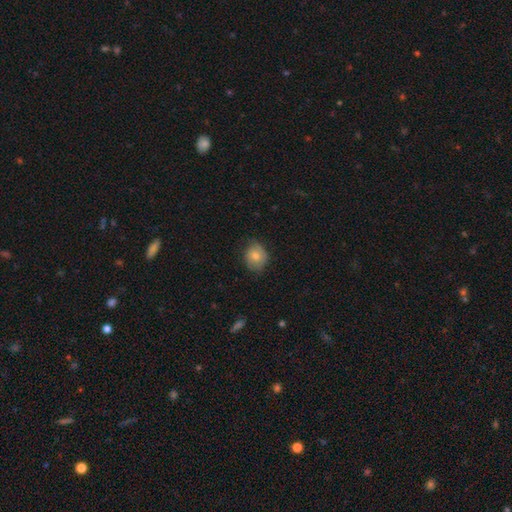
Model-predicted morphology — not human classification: Smooth or featured? smooth (74%)
How rounded? round (63%)
Merging? none (65%)